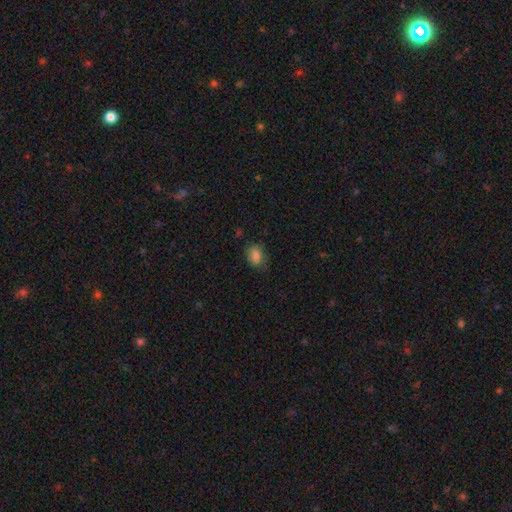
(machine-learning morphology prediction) smooth 84%, star or artifact 9%, featured or disk 7%. Down the decision tree: how rounded — in between (75%); merging — none (74%).